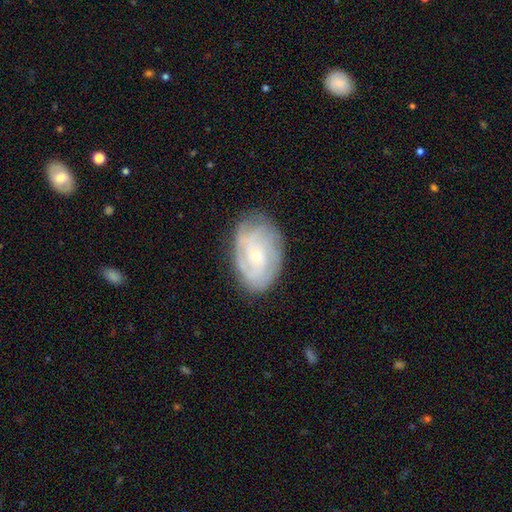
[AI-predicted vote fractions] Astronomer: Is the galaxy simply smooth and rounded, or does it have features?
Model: featured or disk — 77%.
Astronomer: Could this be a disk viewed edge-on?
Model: no — 96%.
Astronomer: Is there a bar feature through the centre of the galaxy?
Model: no — 71%.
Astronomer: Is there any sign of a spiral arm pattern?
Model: yes — 92%.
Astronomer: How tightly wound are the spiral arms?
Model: tight — 65%.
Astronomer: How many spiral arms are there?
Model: can't tell — 37% (runner-up: 3, 20%).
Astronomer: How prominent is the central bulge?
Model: small — 73%.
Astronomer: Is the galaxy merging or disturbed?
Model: none — 77%.